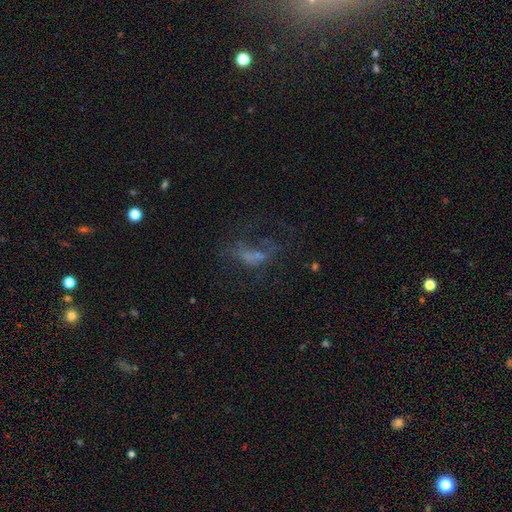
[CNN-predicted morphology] This is possibly a featured or disk galaxy (45%). Merging: marginally major disturbance (42%).